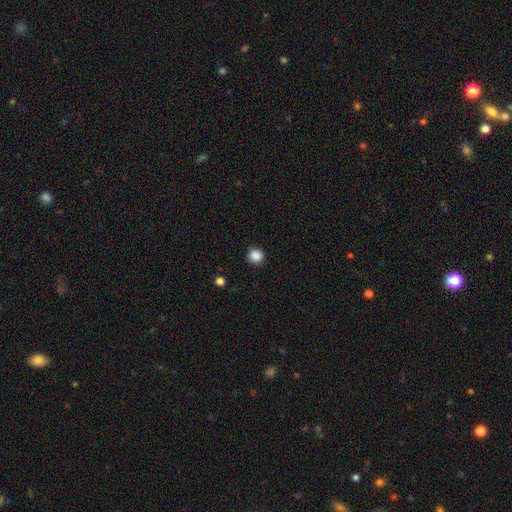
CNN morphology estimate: smooth 87%, star or artifact 10%, featured or disk 2%. Down the decision tree: how rounded — round (92%); merging — none (89%).